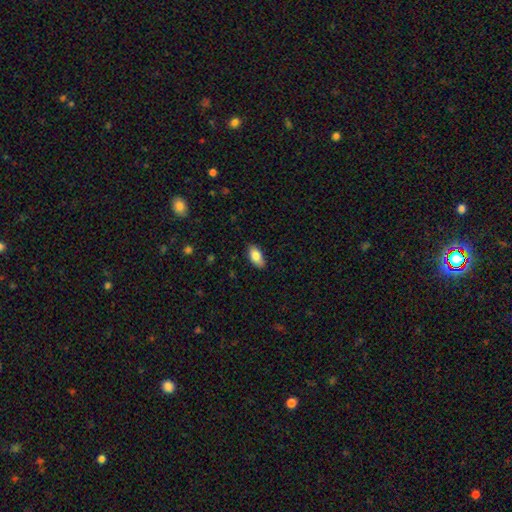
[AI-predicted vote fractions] Morphology: type=smooth (83%); roundness=in between (91%); merging=none (84%).